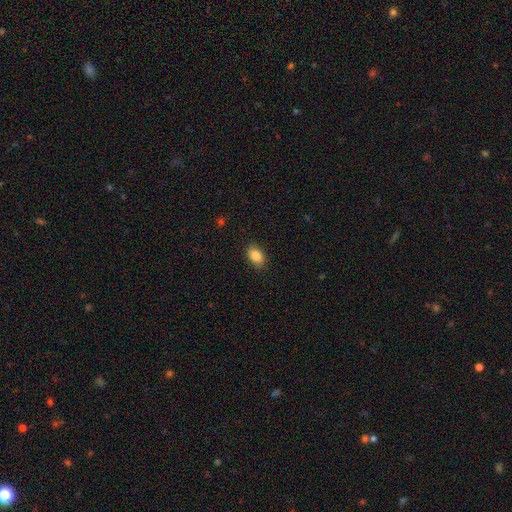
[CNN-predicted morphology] A smooth galaxy with no disk features (86%) that is in between round and cigar-shaped (85%).

Vote fractions:
- Smooth or featured? smooth: 86% / star or artifact: 8% / featured or disk: 5%
- How rounded? in between: 85% / round: 13% / cigar-shaped: 1%
- Merging? none: 87% / minor disturbance: 10% / major disturbance: 3% / merger: 1%